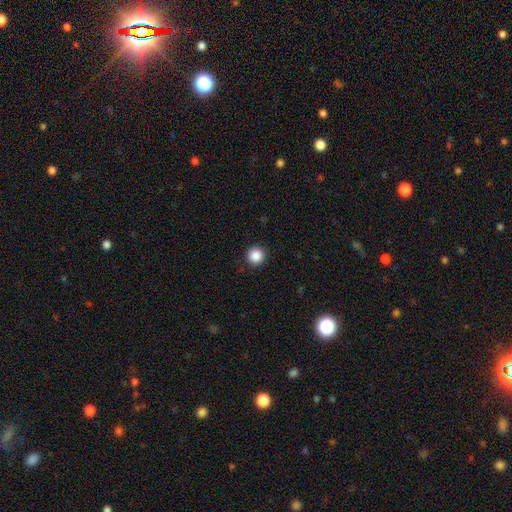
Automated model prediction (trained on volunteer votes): This is clearly a smooth galaxy (87%). How rounded: clearly round (96%). Merging: clearly none (92%).